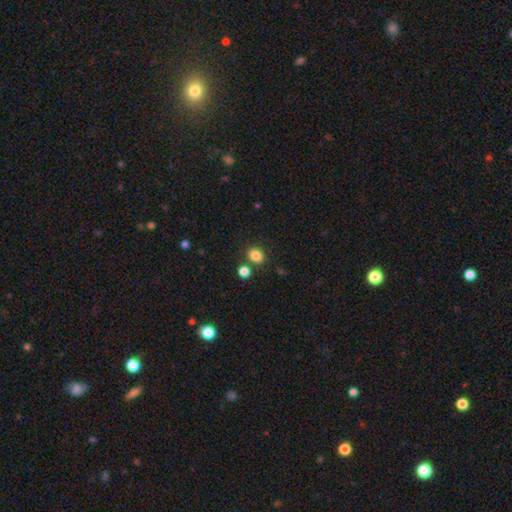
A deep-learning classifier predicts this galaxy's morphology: The model was most divided on "how rounded": round: 51%, in between: 48%, cigar-shaped: 1%. More confident: smooth or featured — smooth (84%); merging — none (75%).